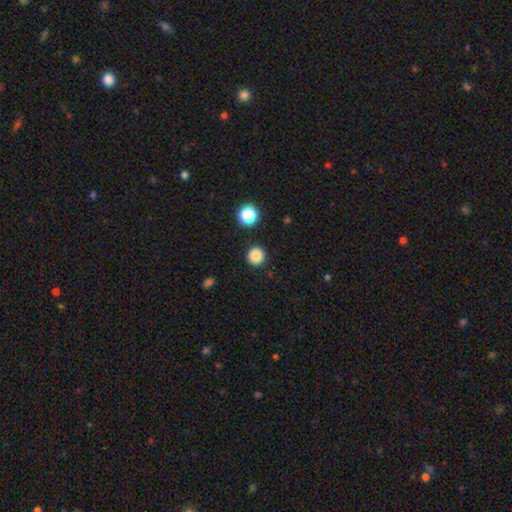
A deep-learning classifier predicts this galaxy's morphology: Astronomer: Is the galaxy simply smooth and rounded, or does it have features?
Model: smooth — 86%.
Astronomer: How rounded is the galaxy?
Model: round — 95%.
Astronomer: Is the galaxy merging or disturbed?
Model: none — 91%.